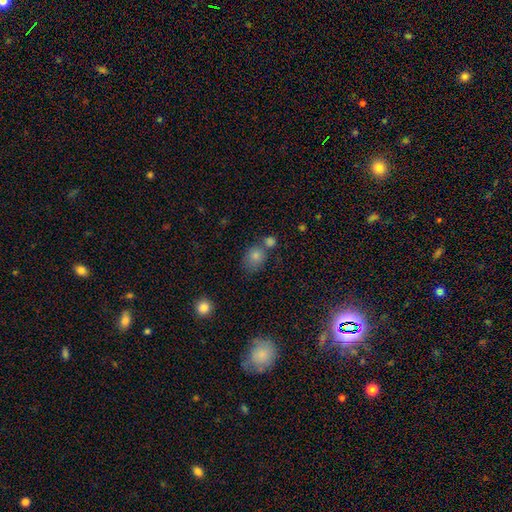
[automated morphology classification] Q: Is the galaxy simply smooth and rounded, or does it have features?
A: smooth — 71%.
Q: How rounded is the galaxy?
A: round — 57%.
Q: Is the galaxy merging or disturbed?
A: none — 57%.